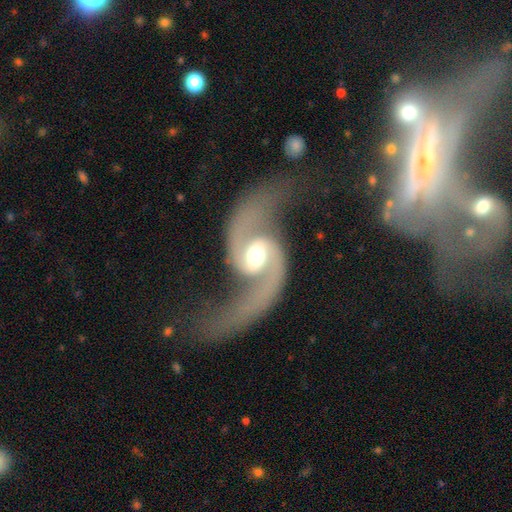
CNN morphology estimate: A featured or disk galaxy (92%) with a weak bar (47%), 2 (95%) loose (71%) spiral arms (98%) and a moderate central bulge (71%). Merging: none (60%).